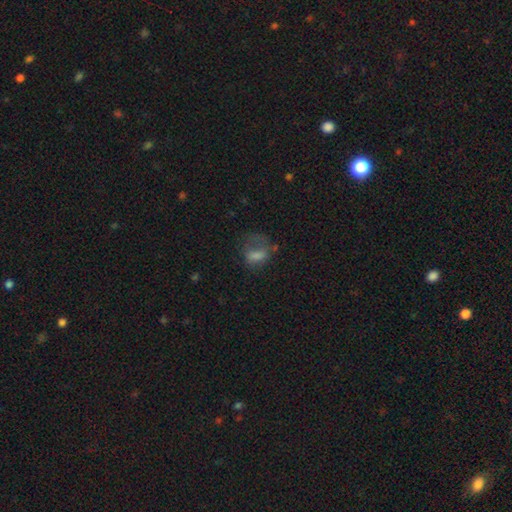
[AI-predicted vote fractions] This is possibly a smooth galaxy (57%). How rounded: likely in between (71%). Merging: marginally major disturbance (43%).